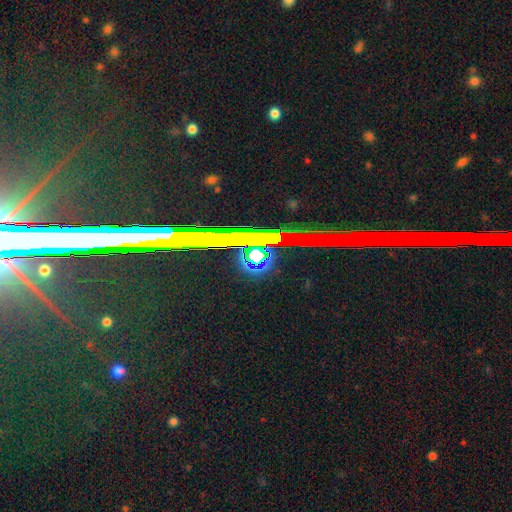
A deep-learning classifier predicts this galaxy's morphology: The model was most divided on "smooth or featured": star or artifact: 67%, smooth: 19%, featured or disk: 14%.